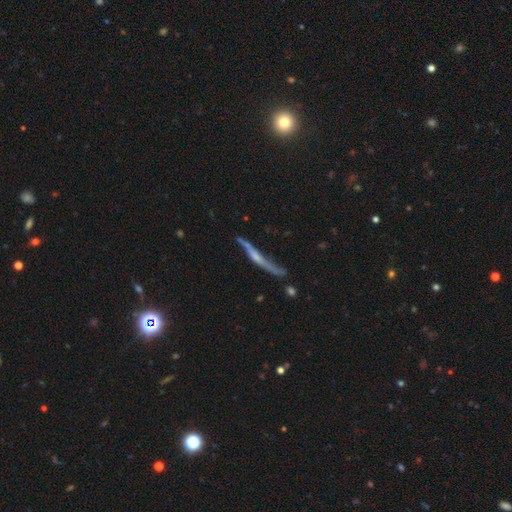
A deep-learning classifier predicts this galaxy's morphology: Q: Smooth or featured?
A: featured or disk (65%); runner-up: smooth (27%)
Q: Edge-on disk?
A: yes (83%); runner-up: no (17%)
Q: Edge-on bulge?
A: none (45%); runner-up: rounded (39%)
Q: Merging?
A: none (51%); runner-up: minor disturbance (26%)